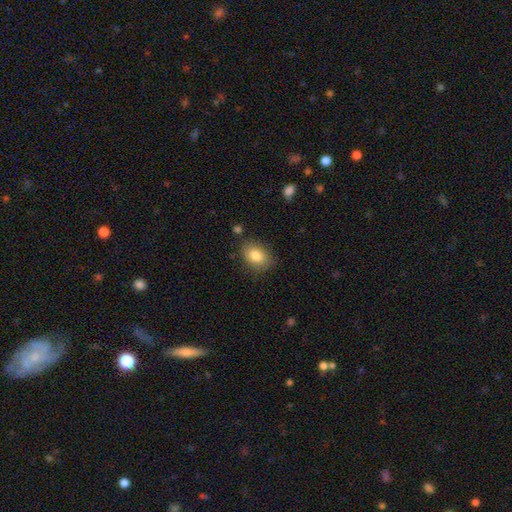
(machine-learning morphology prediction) smooth 83%, featured or disk 9%, star or artifact 8%. Down the decision tree: how rounded — in between (74%); merging — none (80%).